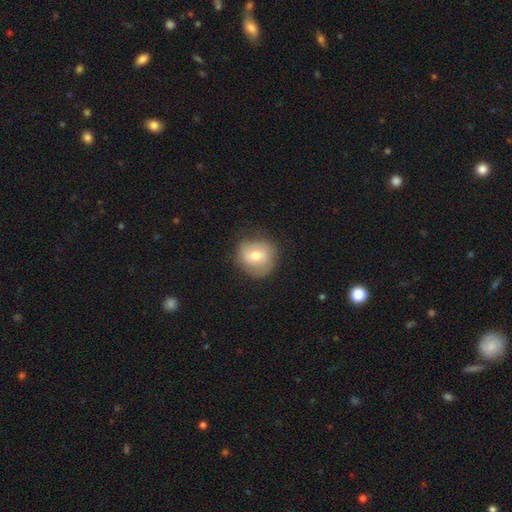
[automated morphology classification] Smooth or featured?
  - smooth: 60% *
  - featured or disk: 31%
  - star or artifact: 9%
How rounded?
  - round: 83% *
  - in between: 16%
  - cigar-shaped: 1%
Merging?
  - none: 77% *
  - minor disturbance: 17%
  - major disturbance: 5%
  - merger: 1%